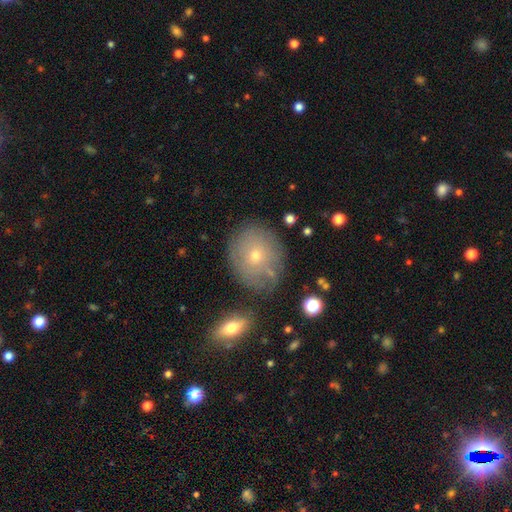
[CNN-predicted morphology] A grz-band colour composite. It shows a smooth galaxy with no disk features (57%) that is round (67%). Merging: none (70%).